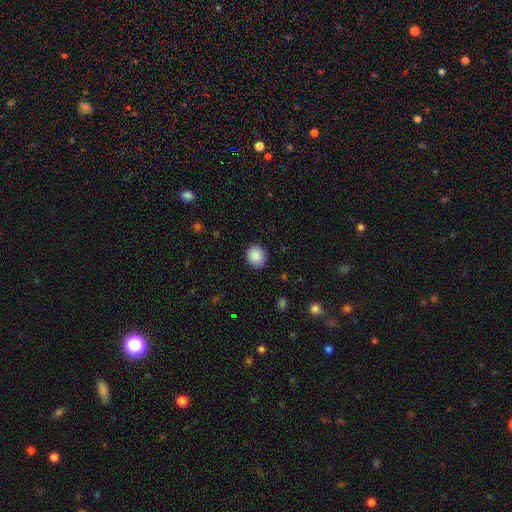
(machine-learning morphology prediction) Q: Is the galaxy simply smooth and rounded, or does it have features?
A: smooth — 89%.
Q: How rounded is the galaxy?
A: round — 73%.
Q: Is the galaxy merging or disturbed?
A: none — 89%.